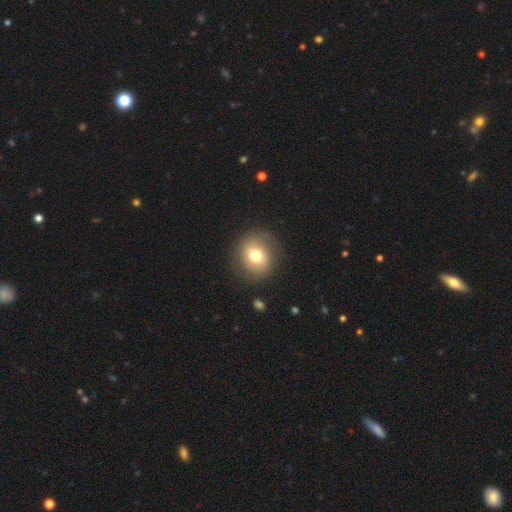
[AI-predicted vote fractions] smooth 69%, featured or disk 22%, star or artifact 9%. Down the decision tree: how rounded — round (81%); merging — none (83%).